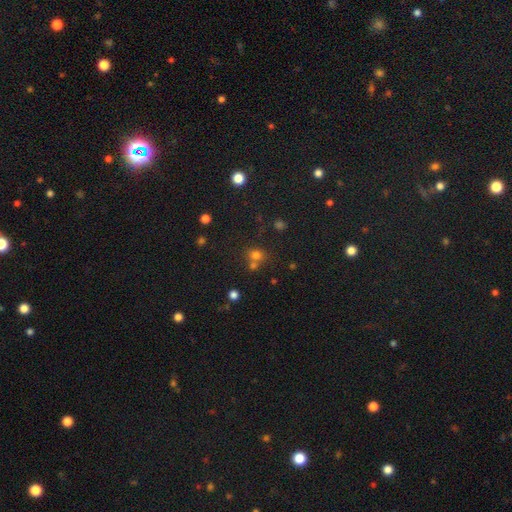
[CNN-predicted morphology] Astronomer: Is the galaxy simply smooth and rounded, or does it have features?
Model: smooth — 71%.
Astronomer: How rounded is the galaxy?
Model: round — 80%.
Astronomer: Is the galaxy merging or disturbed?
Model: none — 54% (runner-up: merger, 34%).